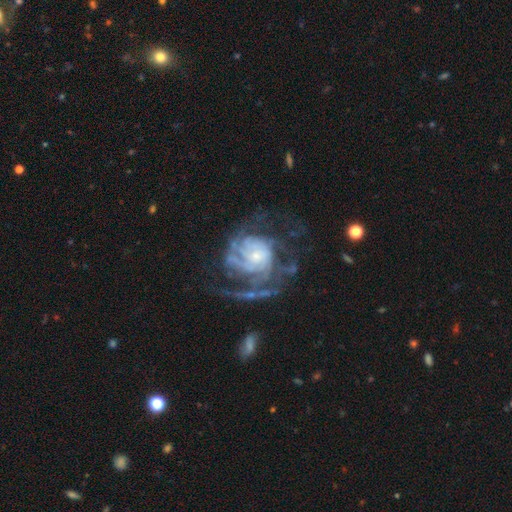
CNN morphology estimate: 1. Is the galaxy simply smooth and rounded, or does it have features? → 86% featured or disk, 8% smooth, 7% star or artifact.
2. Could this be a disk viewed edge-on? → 98% no, 2% yes.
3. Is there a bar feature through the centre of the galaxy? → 74% no, 22% weak, 5% strong.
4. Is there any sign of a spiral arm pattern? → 93% yes, 7% no.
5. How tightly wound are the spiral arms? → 47% tight, 36% medium, 17% loose.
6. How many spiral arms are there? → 31% can't tell, 19% 3, 17% 4, 15% 2, 10% more than 4, 9% 1.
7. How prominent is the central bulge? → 57% small, 28% moderate, 8% large, 6% none, 2% dominant.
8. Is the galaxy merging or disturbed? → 47% none, 34% major disturbance, 16% minor disturbance, 4% merger.